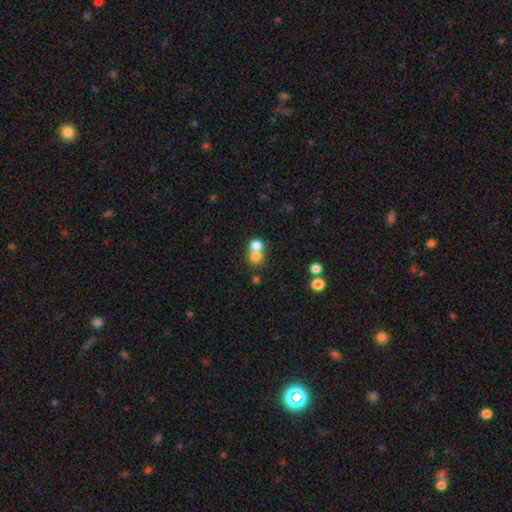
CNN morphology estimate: smooth-or-featured: smooth: 73% | star or artifact: 14% | featured or disk: 13%
  how-rounded: round: 82% | in between: 17% | cigar-shaped: 1%
  merging: merger: 55% | none: 37% | minor disturbance: 5% | major disturbance: 3%